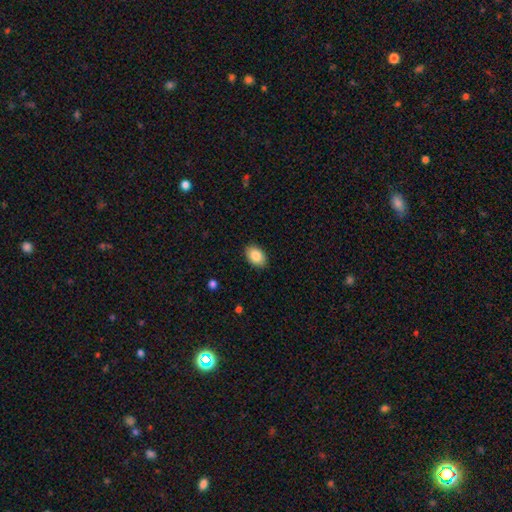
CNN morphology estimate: This appears to be a smooth galaxy with no disk features (87%) that is in between round and cigar-shaped (83%). Merging: none (89%).